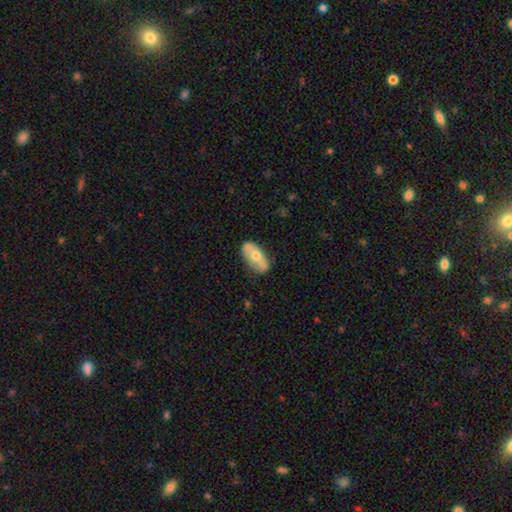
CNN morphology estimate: This is possibly a featured or disk galaxy (51%). It is likely not viewed edge-on (79%). Merging: likely none (76%).